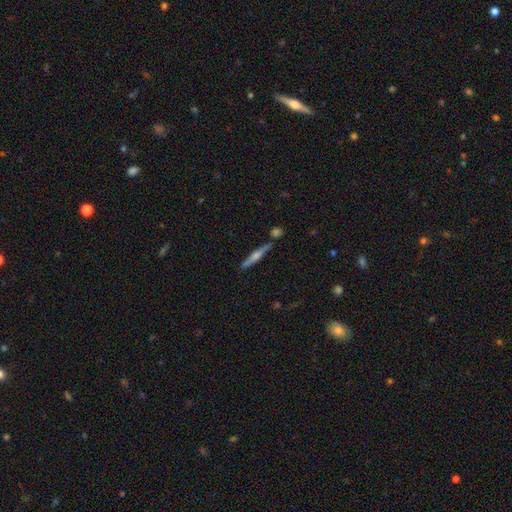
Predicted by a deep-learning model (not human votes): The model was most divided on "smooth or featured": featured or disk: 68%, smooth: 25%, star or artifact: 7%. More confident: edge-on disk — yes (97%); merging — none (82%); edge-on bulge — rounded (79%).